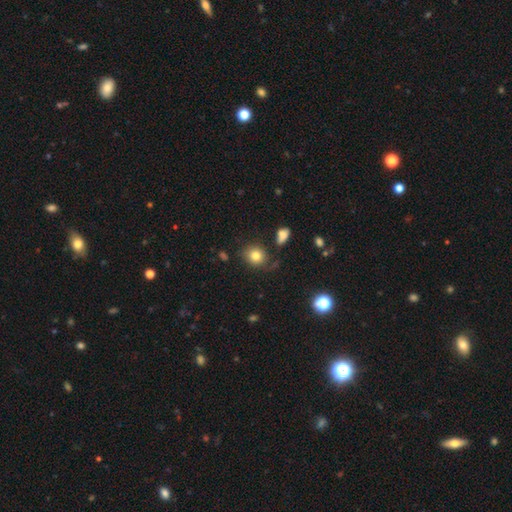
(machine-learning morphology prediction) A smooth galaxy with no disk features (81%) that is round (79%).

Vote fractions:
- Smooth or featured? smooth: 81% / star or artifact: 11% / featured or disk: 8%
- How rounded? round: 79% / in between: 20% / cigar-shaped: 1%
- Merging? none: 76% / minor disturbance: 14% / major disturbance: 5% / merger: 5%